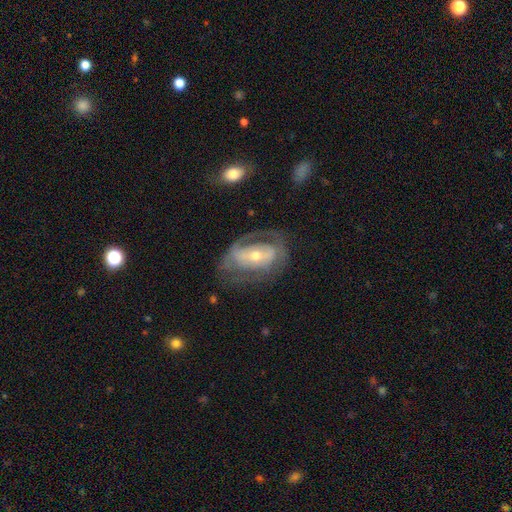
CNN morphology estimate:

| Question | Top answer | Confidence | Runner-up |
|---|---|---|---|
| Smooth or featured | featured or disk | 76% | smooth (18%) |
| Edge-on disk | no | 94% | yes (6%) |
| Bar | no | 38% | weak (32%) |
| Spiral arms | yes | 72% | no (28%) |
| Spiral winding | tight | 40% | tied: medium (40%) |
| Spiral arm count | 2 | 52% | can't tell (27%) |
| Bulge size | moderate | 48% | small (46%) |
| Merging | none | 52% | major disturbance (25%) |